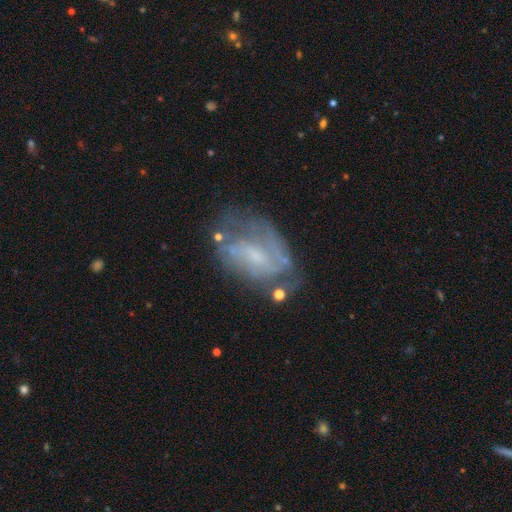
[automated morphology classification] This is likely a featured or disk galaxy (70%). It is clearly not viewed edge-on (96%). Bar: possibly no (45%). Spiral arm pattern: likely yes (70%). Central bulge: possibly small (51%). Merging: possibly none (50%).